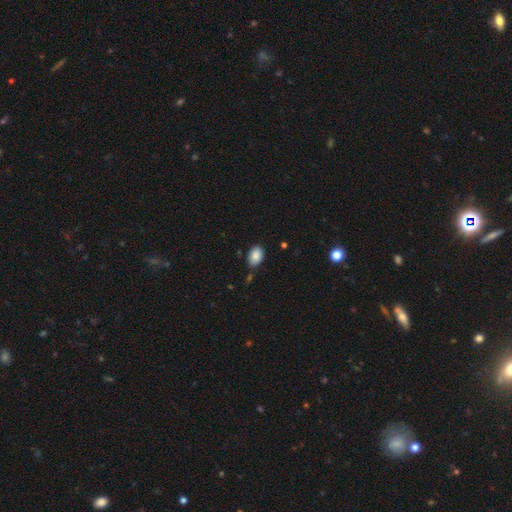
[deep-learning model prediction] smooth_or_featured: smooth (p=0.88) [alt: star or artifact p=0.07]
how_rounded: in between (p=0.87) [alt: round p=0.12]
merging: none (p=0.75) [alt: minor disturbance p=0.17]